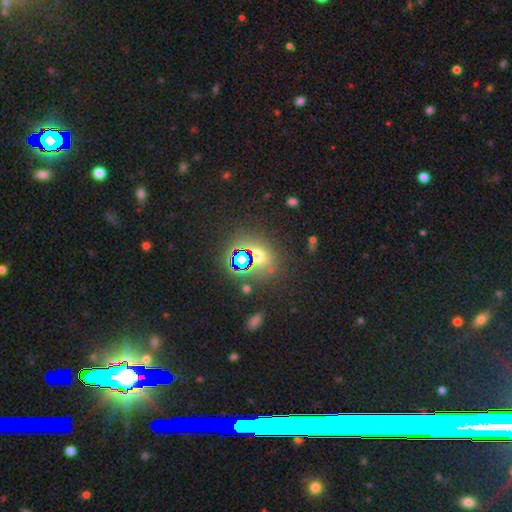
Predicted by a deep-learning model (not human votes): Morphology: type=star or artifact (61%).